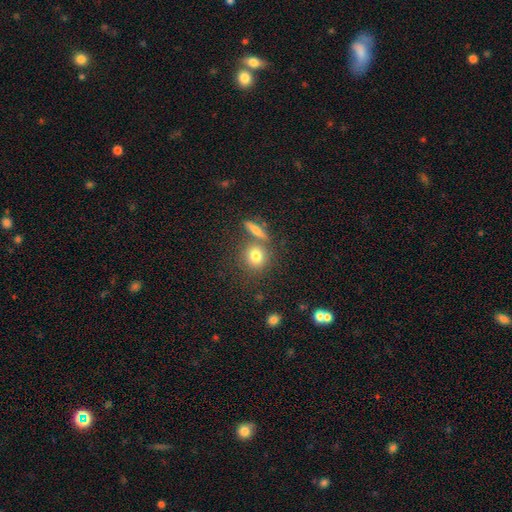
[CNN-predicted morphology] This appears to be a smooth galaxy with no disk features (77%) that is round (79%). Merging: none (65%).